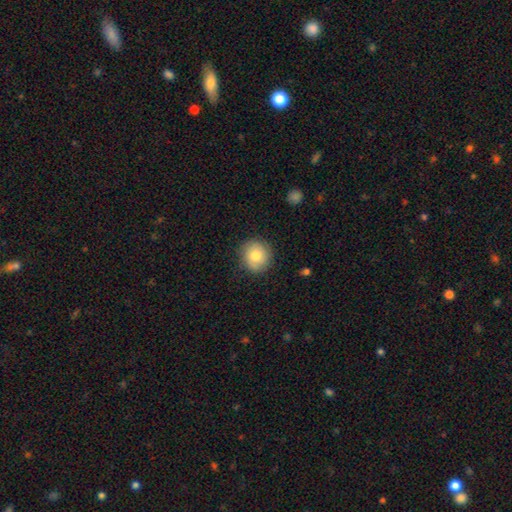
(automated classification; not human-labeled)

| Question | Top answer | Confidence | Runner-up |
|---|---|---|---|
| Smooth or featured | smooth | 79% | featured or disk (13%) |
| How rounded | round | 86% | in between (13%) |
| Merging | none | 84% | minor disturbance (12%) |